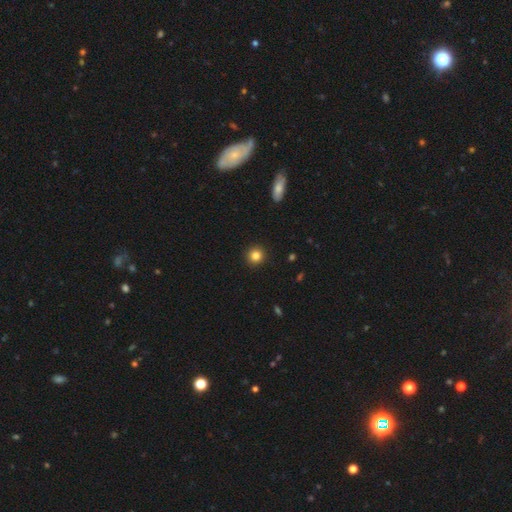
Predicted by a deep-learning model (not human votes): A smooth galaxy with no disk features (84%) that is round (94%). Merging: none (92%).